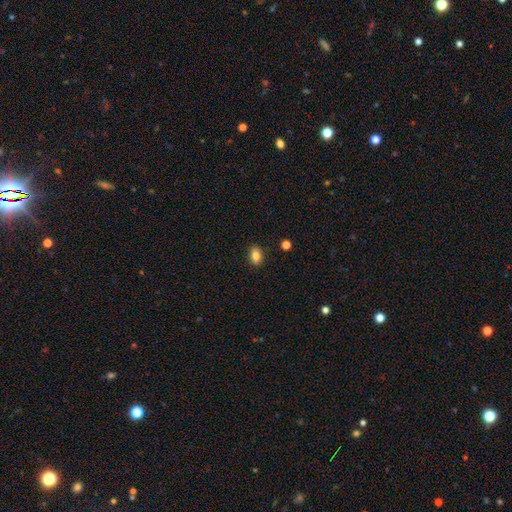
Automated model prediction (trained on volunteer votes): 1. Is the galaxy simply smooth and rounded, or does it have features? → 83% smooth, 10% star or artifact, 8% featured or disk.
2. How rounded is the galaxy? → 77% in between, 21% round, 2% cigar-shaped.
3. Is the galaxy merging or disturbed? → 87% none, 9% minor disturbance, 2% major disturbance, 2% merger.